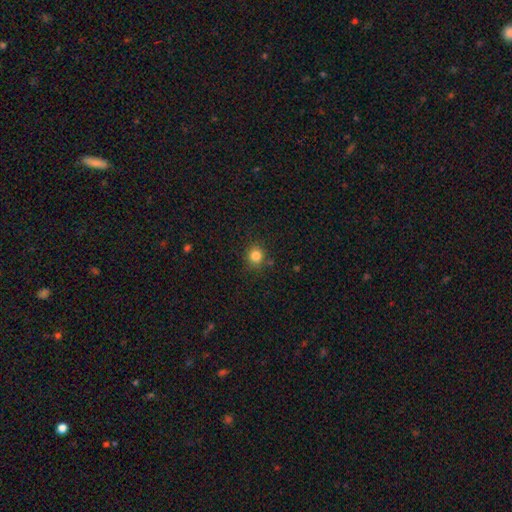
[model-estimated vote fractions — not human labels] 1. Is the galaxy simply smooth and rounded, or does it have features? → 83% smooth, 12% star or artifact, 4% featured or disk.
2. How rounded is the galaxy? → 88% round, 11% in between, 1% cigar-shaped.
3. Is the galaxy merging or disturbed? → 84% none, 9% minor disturbance, 3% merger, 3% major disturbance.